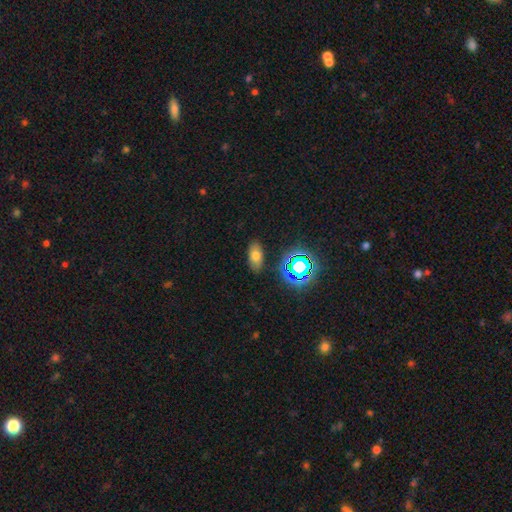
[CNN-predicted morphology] A smooth galaxy with no disk features (67%) that is in between round and cigar-shaped (89%). Merging: none (84%).